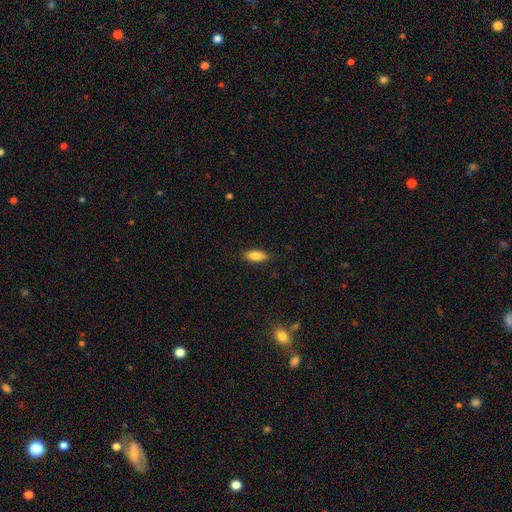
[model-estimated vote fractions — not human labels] Smooth or featured?
  - smooth: 82% *
  - featured or disk: 11%
  - star or artifact: 7%
How rounded?
  - in between: 70% *
  - cigar-shaped: 28%
  - round: 2%
Merging?
  - none: 87% *
  - minor disturbance: 10%
  - major disturbance: 2%
  - merger: 1%